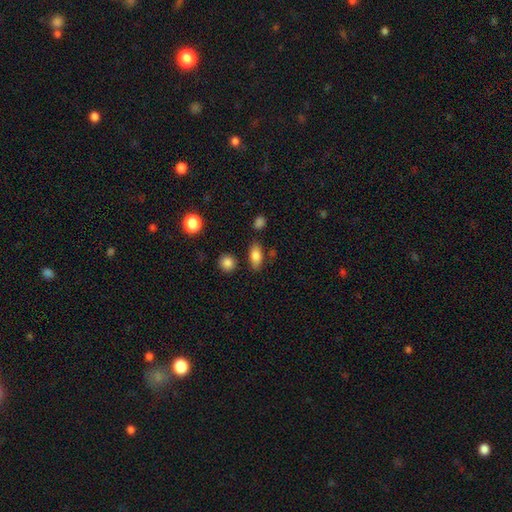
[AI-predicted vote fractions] smooth 82%, featured or disk 10%, star or artifact 8%. Down the decision tree: how rounded — in between (83%); merging — none (80%).